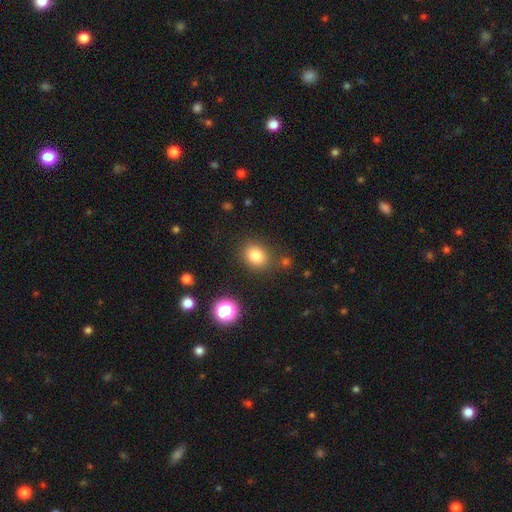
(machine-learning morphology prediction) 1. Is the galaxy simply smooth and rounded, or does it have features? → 82% smooth, 12% star or artifact, 6% featured or disk.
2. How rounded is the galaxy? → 57% round, 42% in between, 1% cigar-shaped.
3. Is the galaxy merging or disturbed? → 81% none, 11% minor disturbance, 4% merger, 4% major disturbance.